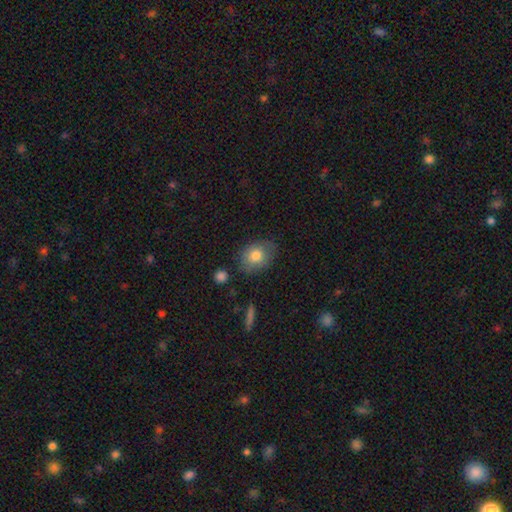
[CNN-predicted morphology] smooth-or-featured: smooth: 79% | featured or disk: 13% | star or artifact: 9%
  how-rounded: in between: 57% | round: 42% | cigar-shaped: 1%
  merging: none: 75% | minor disturbance: 19% | major disturbance: 5% | merger: 2%